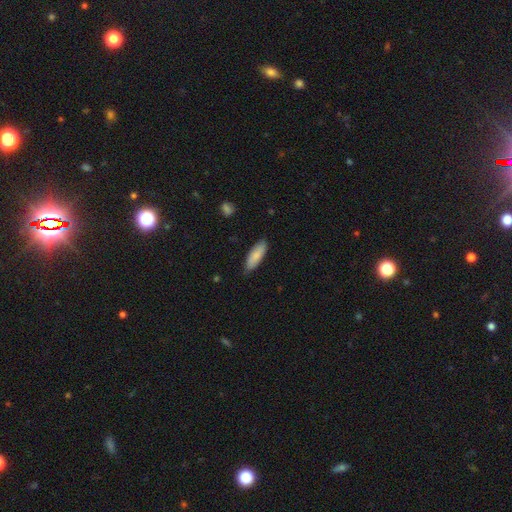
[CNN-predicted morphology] smooth 84%, featured or disk 11%, star or artifact 5%. Down the decision tree: how rounded — in between (65%); merging — none (80%).